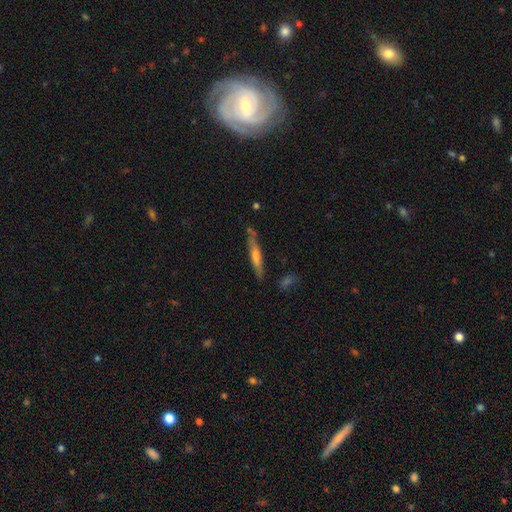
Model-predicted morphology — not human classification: smooth_or_featured: smooth (p=0.48) [alt: featured or disk p=0.45]
merging: none (p=0.72) [alt: minor disturbance p=0.18]